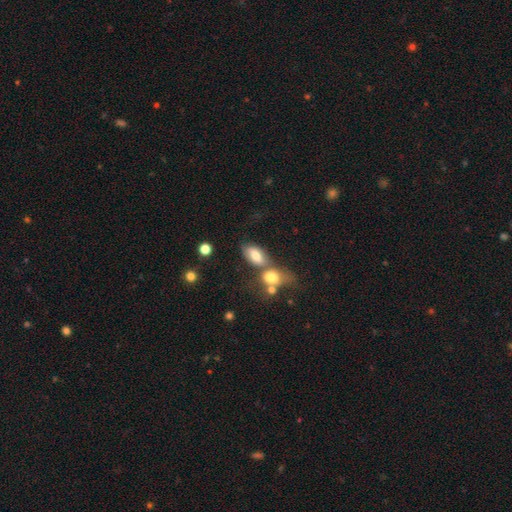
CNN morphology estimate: This appears to be a smooth galaxy with no disk features (73%) that is in between round and cigar-shaped (88%). Merging: merger (43%).